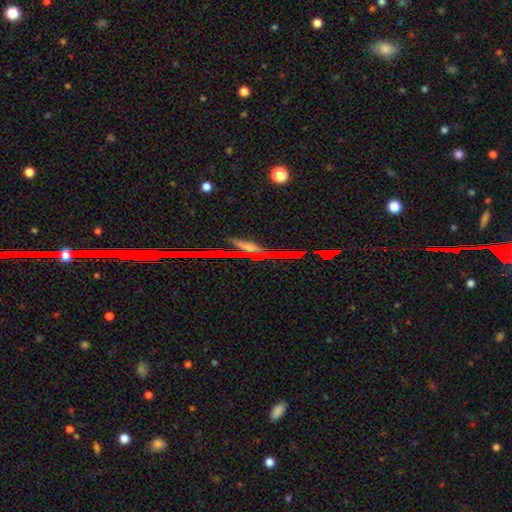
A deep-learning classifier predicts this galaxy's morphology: star or artifact 76%, featured or disk 15%, smooth 10%.